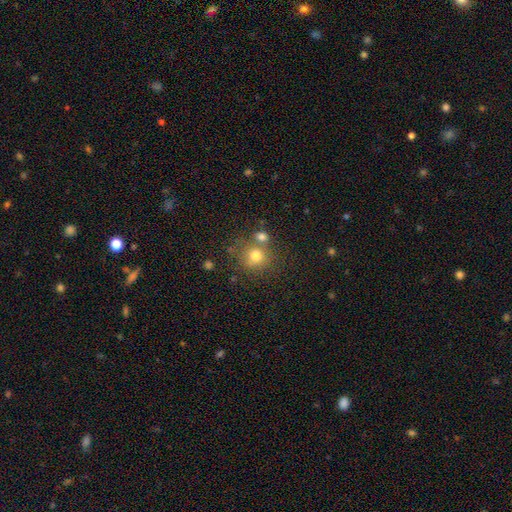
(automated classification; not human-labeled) Smooth or featured? smooth (76%)
How rounded? round (86%)
Merging? none (59%)